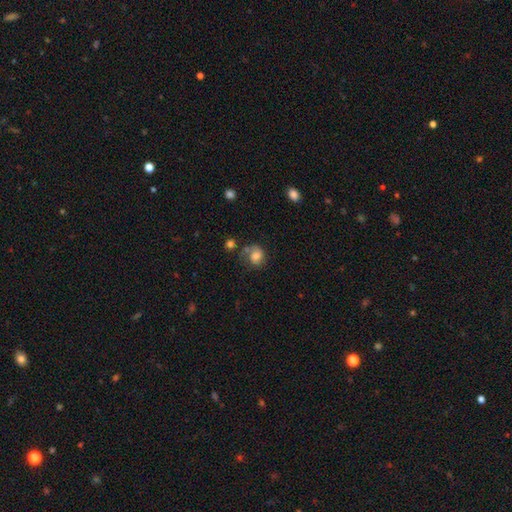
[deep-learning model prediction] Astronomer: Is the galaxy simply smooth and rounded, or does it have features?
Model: smooth — 61%.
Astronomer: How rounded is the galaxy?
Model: round — 64%.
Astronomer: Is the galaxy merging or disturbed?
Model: none — 48% (runner-up: minor disturbance, 25%).